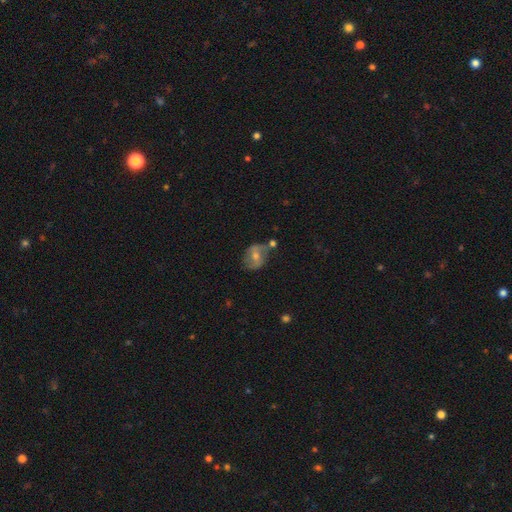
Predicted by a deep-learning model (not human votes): featured or disk 57%, smooth 32%, star or artifact 11%. Down the decision tree: edge-on disk — no (95%); bar — weak (40%); spiral arms — yes (65%); bulge size — moderate (63%); merging — none (65%).